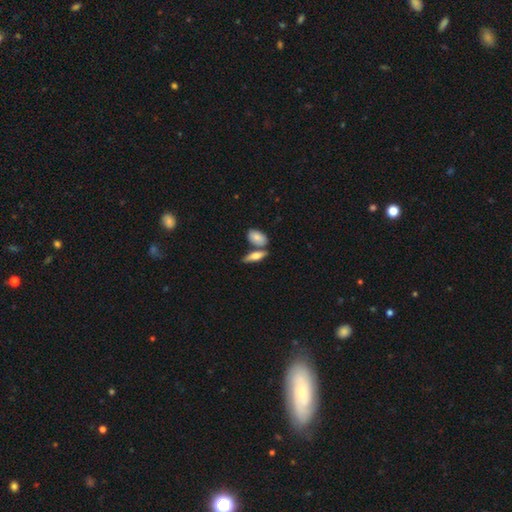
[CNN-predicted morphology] smooth 65%, featured or disk 28%, star or artifact 7%. Down the decision tree: how rounded — in between (64%); merging — none (60%).